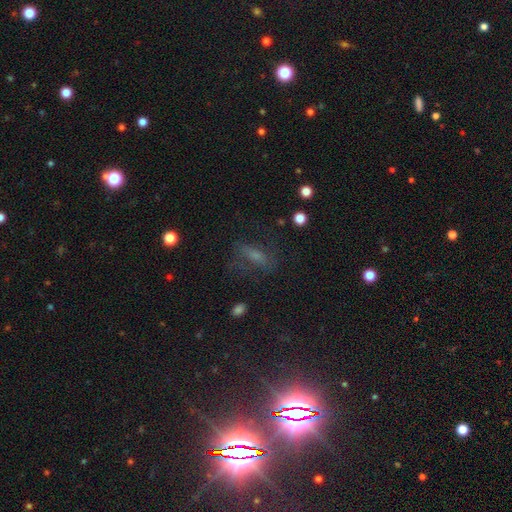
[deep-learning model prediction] Overall: smooth (45%; featured or disk 31%). Merging: none (61%).